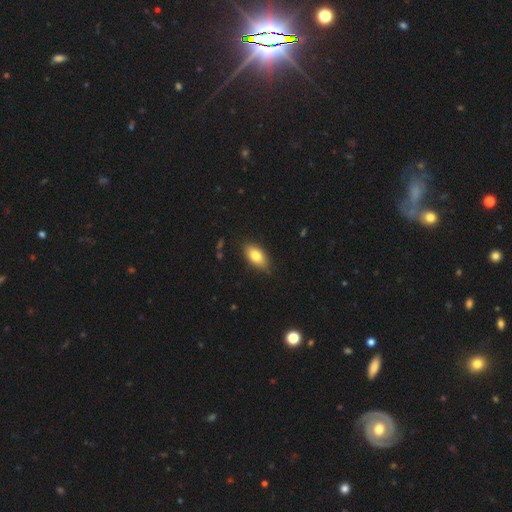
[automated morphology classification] Overall: smooth (80%). How rounded: in between (90%). Merging: none (79%).